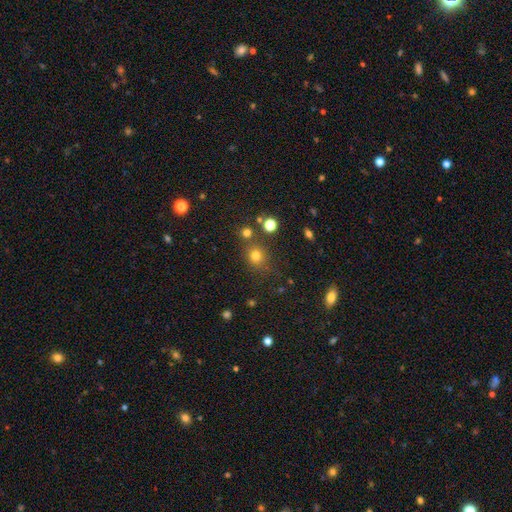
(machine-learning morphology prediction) A smooth galaxy with no disk features (75%) that is round (82%). Merging: none (74%).